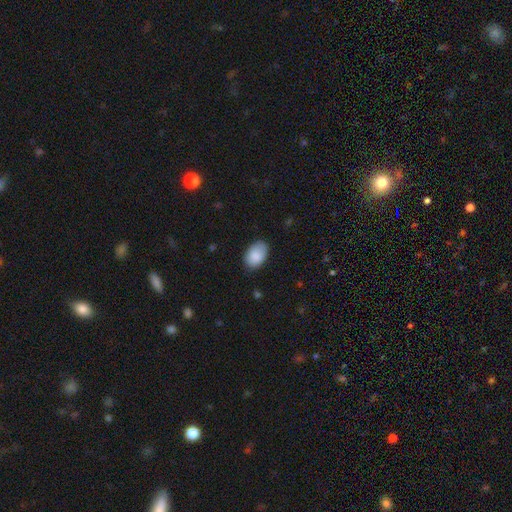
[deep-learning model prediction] smooth 89%, star or artifact 6%, featured or disk 5%. Down the decision tree: how rounded — in between (89%); merging — none (78%).